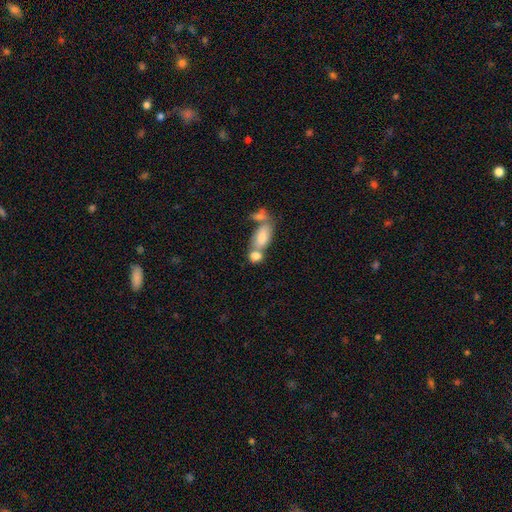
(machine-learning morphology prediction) Smooth or featured? Predicted: smooth (p=0.79). How rounded? Predicted: in between (p=0.77). Merging? Predicted: merger (p=0.56).